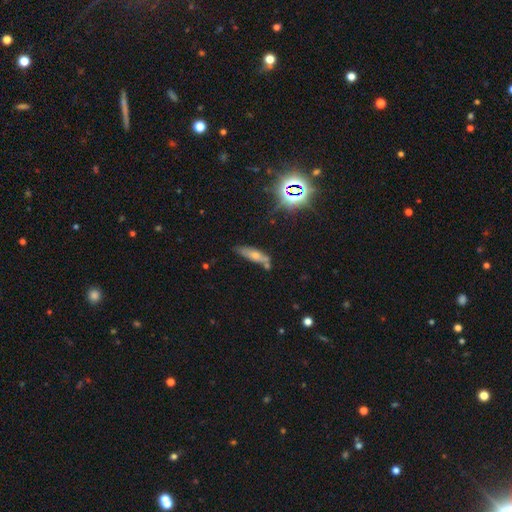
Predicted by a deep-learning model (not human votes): Q: Smooth or featured?
A: smooth (51%); runner-up: featured or disk (34%)
Q: How rounded?
A: cigar-shaped (53%); runner-up: in between (44%)
Q: Merging?
A: none (53%); runner-up: minor disturbance (22%)